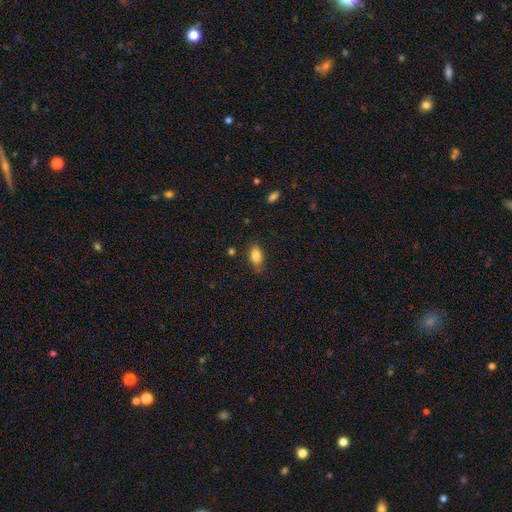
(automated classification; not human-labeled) Smooth or featured? Predicted: smooth (p=0.84). How rounded? Predicted: in between (p=0.89). Merging? Predicted: none (p=0.76).